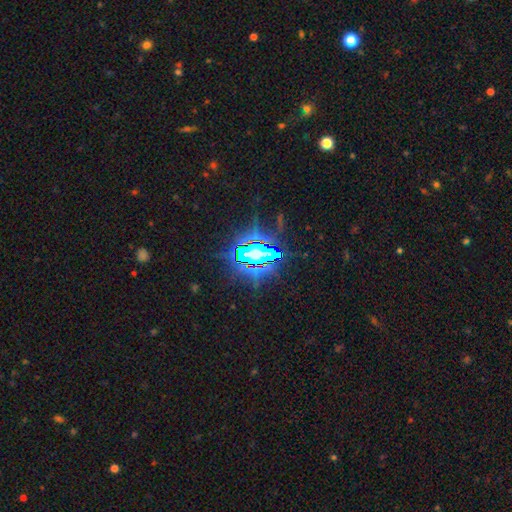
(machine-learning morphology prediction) smooth-or-featured: star or artifact: 75% | featured or disk: 13% | smooth: 12%